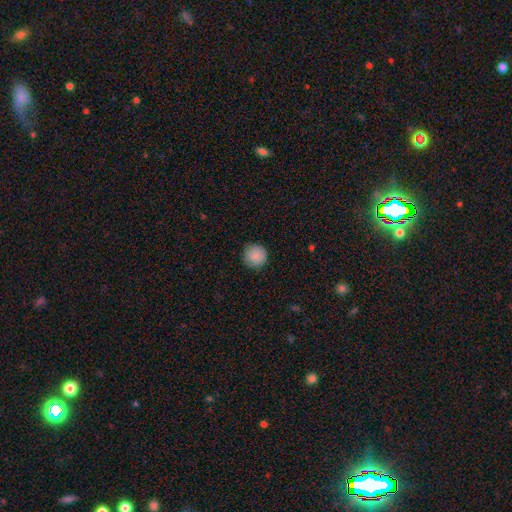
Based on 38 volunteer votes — Overall: smooth (89%). How rounded: round (97%). Merging: none (86%).